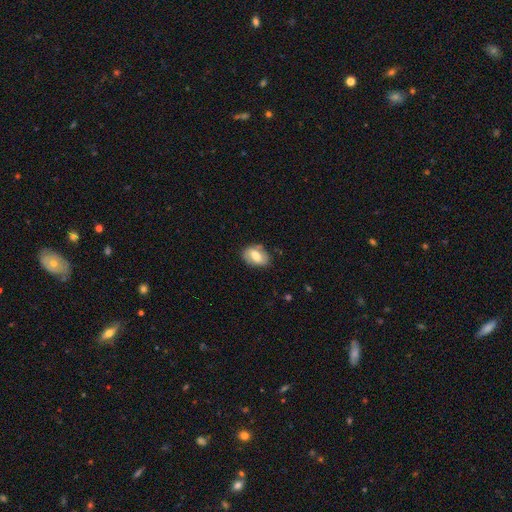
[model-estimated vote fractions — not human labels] smooth-or-featured: smooth: 60% | featured or disk: 33% | star or artifact: 7%
  how-rounded: in between: 85% | round: 13% | cigar-shaped: 2%
  merging: none: 73% | minor disturbance: 20% | major disturbance: 5% | merger: 2%